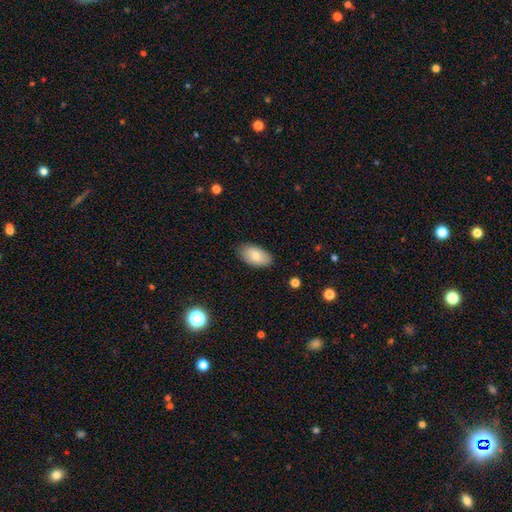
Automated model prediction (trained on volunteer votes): Smooth or featured?
  - smooth: 78% *
  - featured or disk: 15%
  - star or artifact: 7%
How rounded?
  - in between: 94% *
  - round: 4%
  - cigar-shaped: 2%
Merging?
  - none: 85% *
  - minor disturbance: 12%
  - major disturbance: 2%
  - merger: 1%